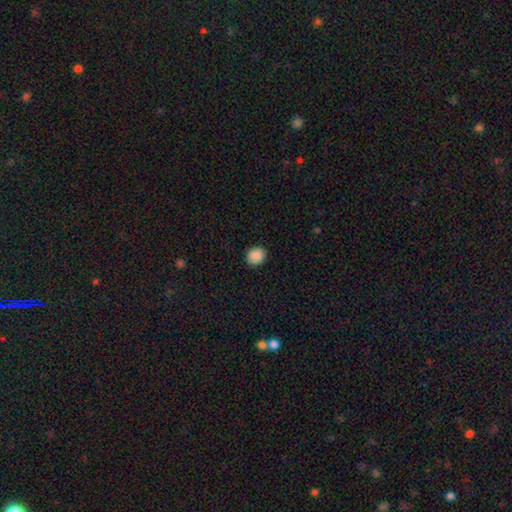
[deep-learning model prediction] Smooth or featured: smooth — 89% (star or artifact — 8%)
How rounded: round — 73% (in between — 27%)
Merging: none — 90% (minor disturbance — 7%)